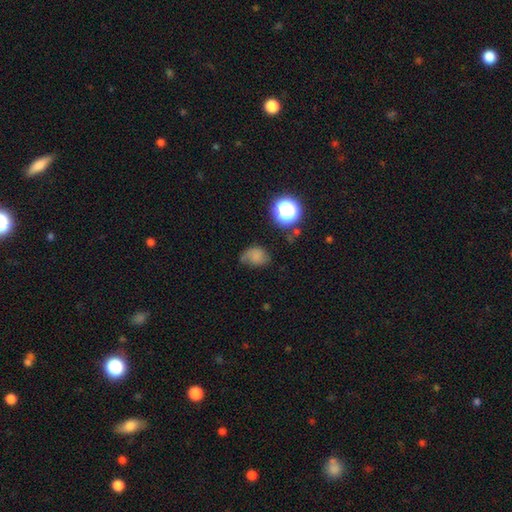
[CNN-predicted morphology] Smooth or featured?
  - smooth: 71% *
  - star or artifact: 15%
  - featured or disk: 14%
How rounded?
  - in between: 58% *
  - round: 41%
  - cigar-shaped: 1%
Merging?
  - none: 47% *
  - minor disturbance: 35%
  - major disturbance: 15%
  - merger: 4%